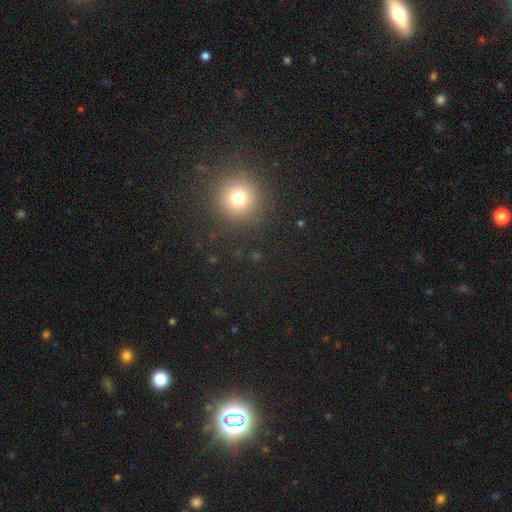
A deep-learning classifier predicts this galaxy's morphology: Smooth or featured: smooth — 59% (star or artifact — 34%)
How rounded: round — 95% (in between — 4%)
Merging: none — 92% (minor disturbance — 5%)